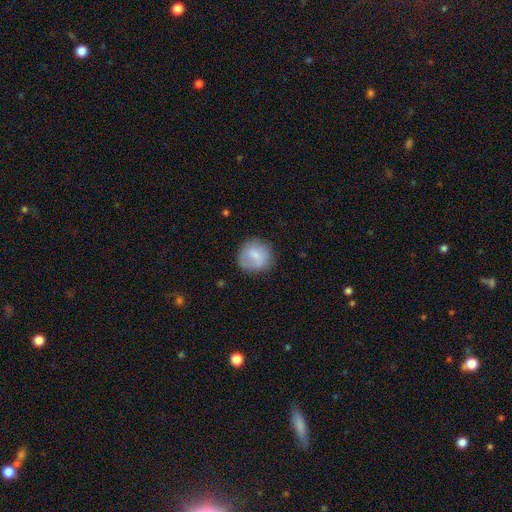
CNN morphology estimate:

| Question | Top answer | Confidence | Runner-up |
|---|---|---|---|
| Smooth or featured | smooth | 75% | featured or disk (18%) |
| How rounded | round | 88% | in between (11%) |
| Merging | none | 76% | minor disturbance (17%) |